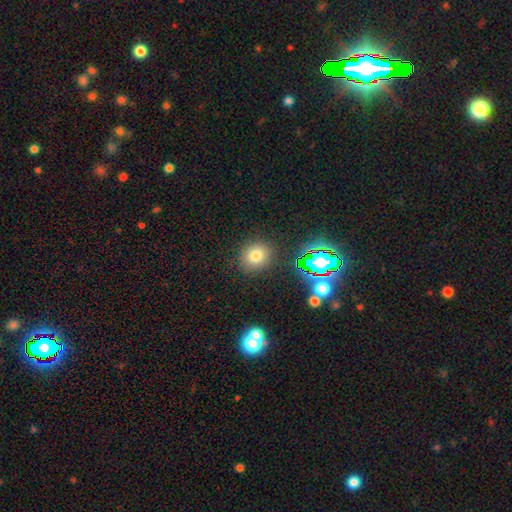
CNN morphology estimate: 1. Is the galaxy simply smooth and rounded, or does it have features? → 74% smooth, 18% star or artifact, 9% featured or disk.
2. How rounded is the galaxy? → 75% round, 24% in between, 1% cigar-shaped.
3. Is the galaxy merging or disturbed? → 87% none, 8% minor disturbance, 3% major disturbance, 2% merger.